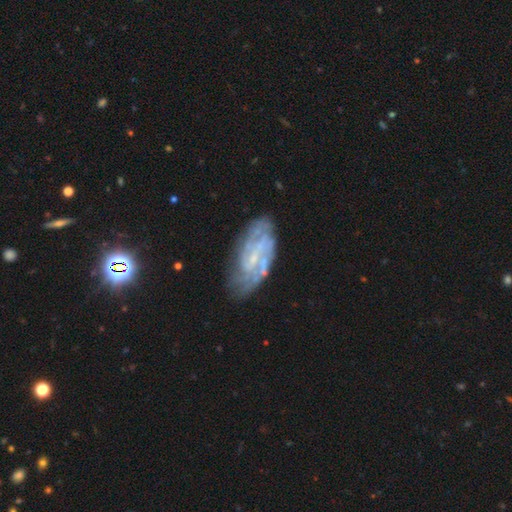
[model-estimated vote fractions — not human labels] Smooth or featured? Predicted: featured or disk (p=0.77). Edge-on disk? Predicted: no (p=0.94). Bar? Predicted: weak (p=0.47). Spiral arms? Predicted: yes (p=0.84). Spiral winding? Predicted: tight (p=0.50). Spiral arm count? Predicted: can't tell (p=0.47). Bulge size? Predicted: small (p=0.64). Merging? Predicted: none (p=0.68).